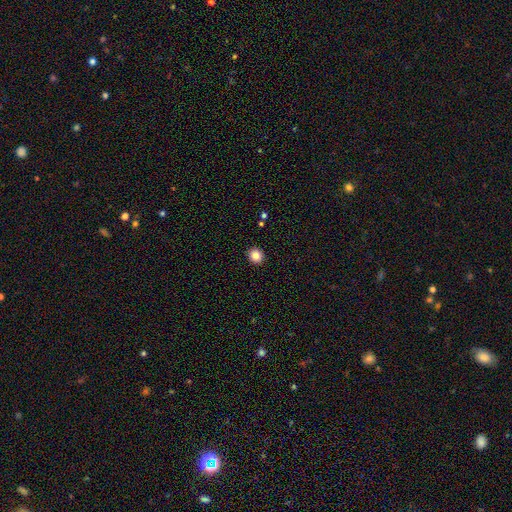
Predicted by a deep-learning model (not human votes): Morphology: type=smooth (83%); roundness=round (86%); merging=none (93%).